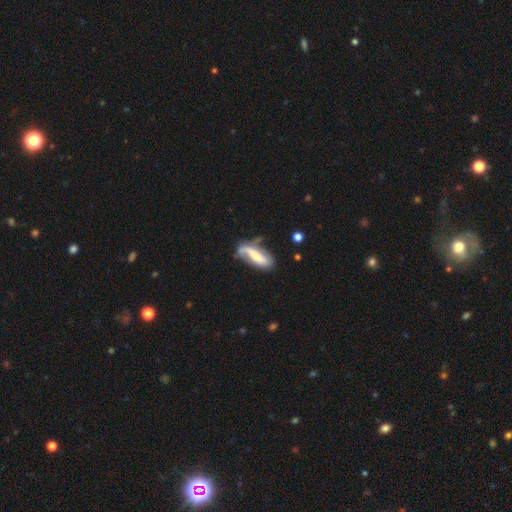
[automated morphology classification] Smooth or featured? featured or disk (49%)
Merging? none (40%)